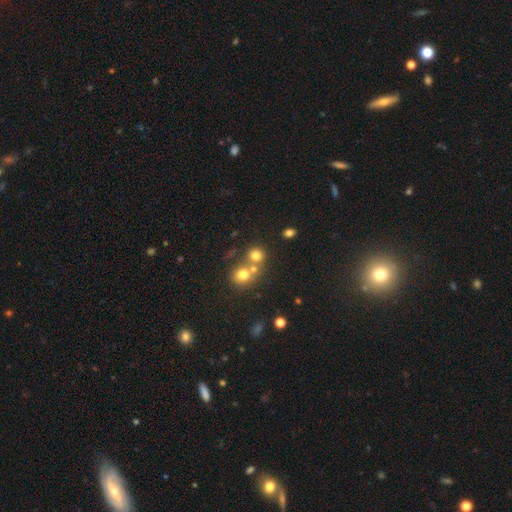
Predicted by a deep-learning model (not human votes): Smooth or featured: smooth — 72% (star or artifact — 16%)
How rounded: round — 82% (in between — 17%)
Merging: none — 47% (merger — 42%)